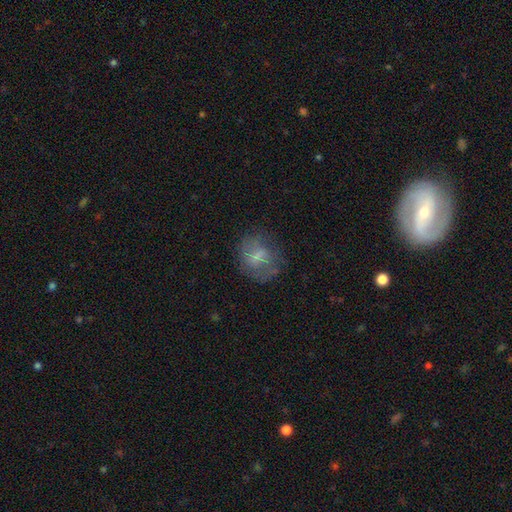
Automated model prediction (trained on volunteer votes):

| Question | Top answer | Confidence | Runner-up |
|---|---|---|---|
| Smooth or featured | smooth | 52% | featured or disk (36%) |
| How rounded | round | 67% | in between (32%) |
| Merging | none | 68% | minor disturbance (19%) |